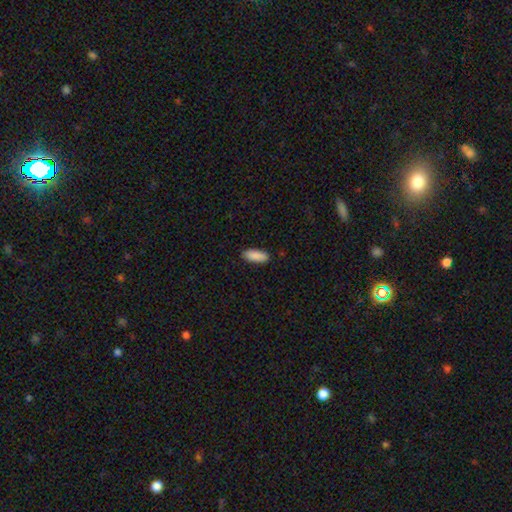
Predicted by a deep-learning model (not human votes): A smooth galaxy with no disk features (90%) that is in between round and cigar-shaped (79%).

Vote fractions:
- Smooth or featured? smooth: 90% / star or artifact: 6% / featured or disk: 4%
- How rounded? in between: 79% / cigar-shaped: 20% / round: 2%
- Merging? none: 89% / minor disturbance: 8% / major disturbance: 2% / merger: 1%